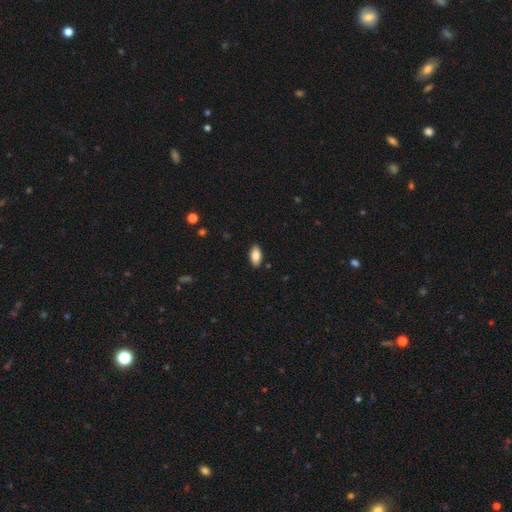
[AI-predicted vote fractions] Overall: smooth (85%). How rounded: in between (92%). Merging: none (89%).